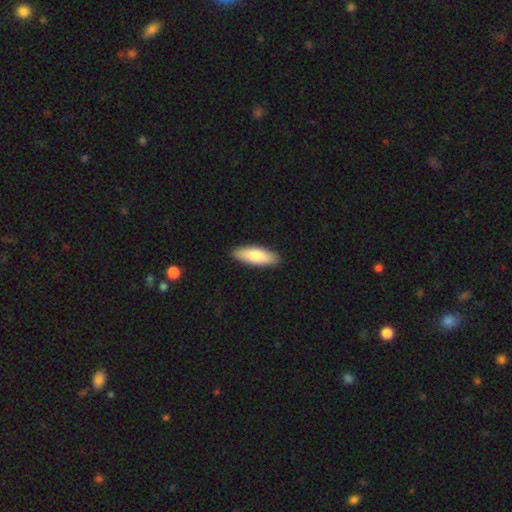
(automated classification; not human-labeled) A smooth galaxy with no disk features (80%) that is in between round and cigar-shaped (63%). Merging: none (90%).